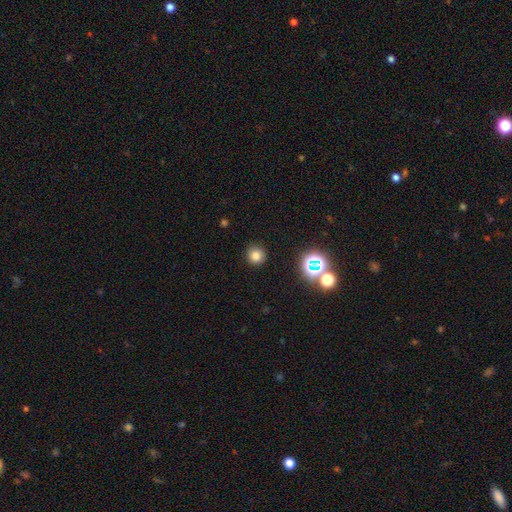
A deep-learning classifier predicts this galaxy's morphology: type=smooth (76%); roundness=round (93%); merging=none (90%).